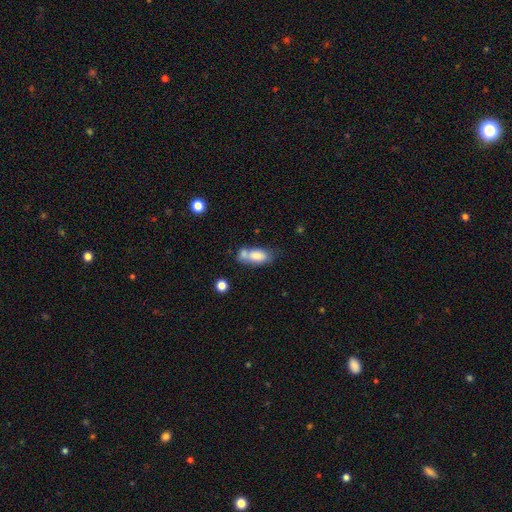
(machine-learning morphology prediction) Q: Smooth or featured?
A: smooth (76%); runner-up: featured or disk (15%)
Q: How rounded?
A: in between (84%); runner-up: cigar-shaped (11%)
Q: Merging?
A: merger (41%); runner-up: none (35%)